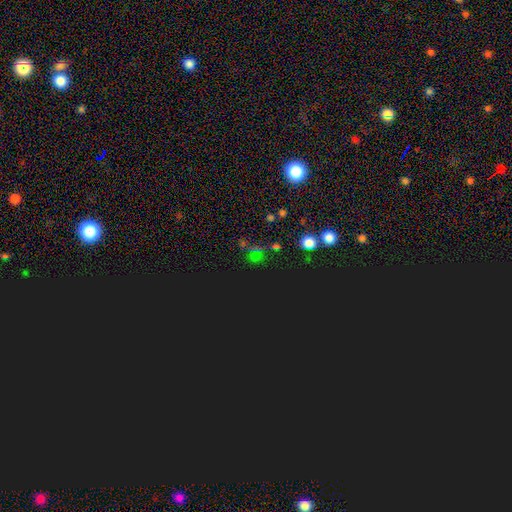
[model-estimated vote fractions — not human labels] star or artifact 64%, smooth 27%, featured or disk 9%.